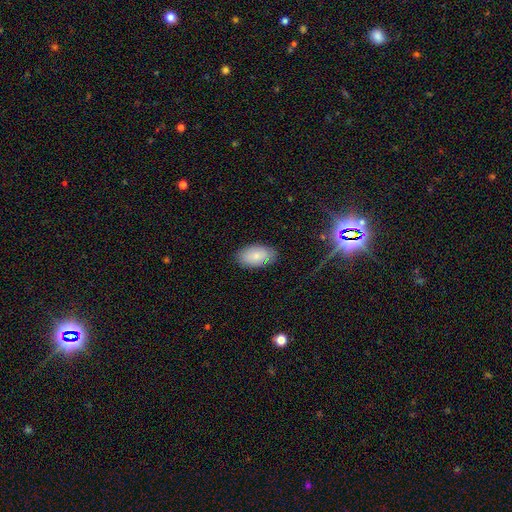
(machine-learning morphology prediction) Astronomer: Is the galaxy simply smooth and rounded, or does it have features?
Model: smooth — 81%.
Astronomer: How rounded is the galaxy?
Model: in between — 94%.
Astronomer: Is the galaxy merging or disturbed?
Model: none — 83%.